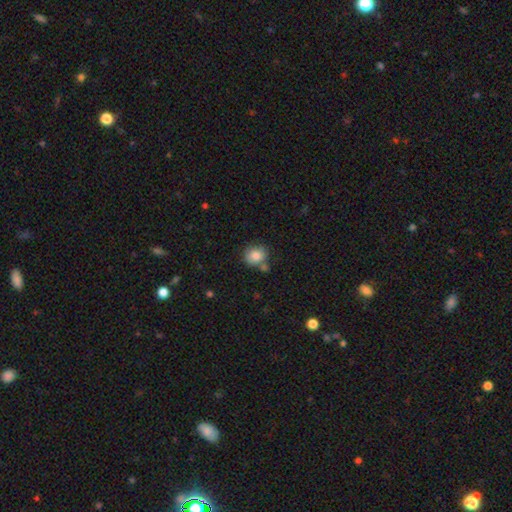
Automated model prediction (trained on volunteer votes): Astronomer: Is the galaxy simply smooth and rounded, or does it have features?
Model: smooth — 82%.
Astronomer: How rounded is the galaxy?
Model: round — 74%.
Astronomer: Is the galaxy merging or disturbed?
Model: none — 63%.